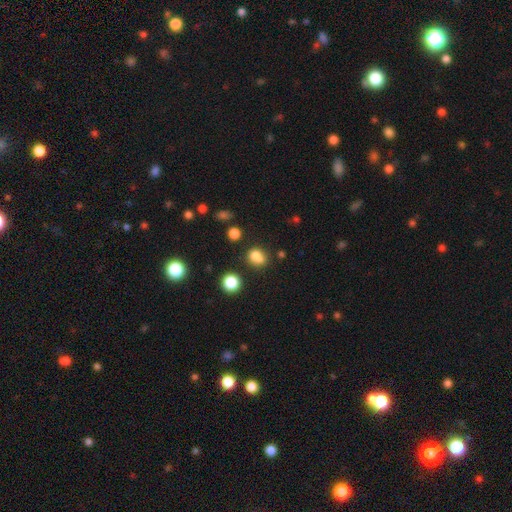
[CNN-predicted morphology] Smooth or featured? Predicted: smooth (p=0.78). How rounded? Predicted: round (p=0.55). Merging? Predicted: none (p=0.54).